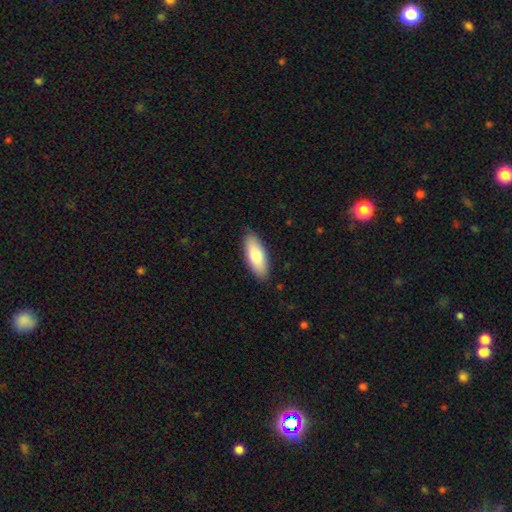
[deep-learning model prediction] Smooth or featured? Predicted: smooth (p=0.81). How rounded? Predicted: in between (p=0.76). Merging? Predicted: none (p=0.88).